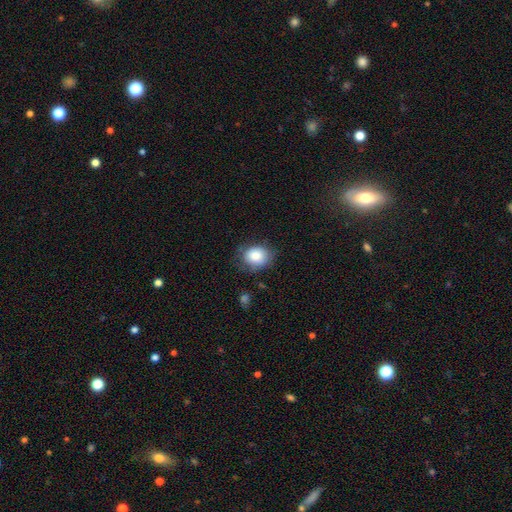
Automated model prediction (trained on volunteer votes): Smooth or featured?
  - smooth: 82% *
  - featured or disk: 9%
  - star or artifact: 8%
How rounded?
  - round: 59% *
  - in between: 40%
  - cigar-shaped: 1%
Merging?
  - none: 68% *
  - minor disturbance: 23%
  - major disturbance: 7%
  - merger: 2%